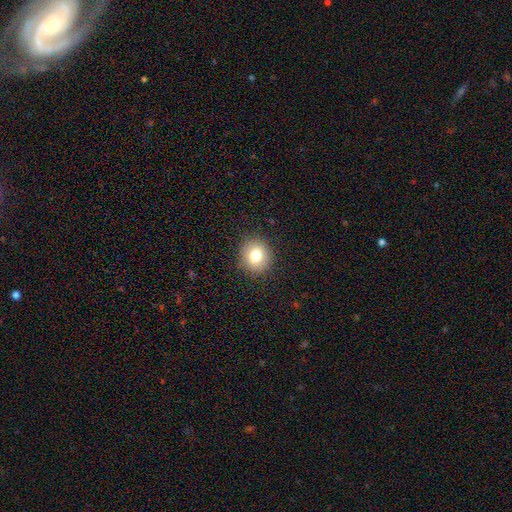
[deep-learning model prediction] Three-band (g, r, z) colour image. It shows a smooth galaxy with no disk features (78%) that is round (81%). Merging: none (89%).